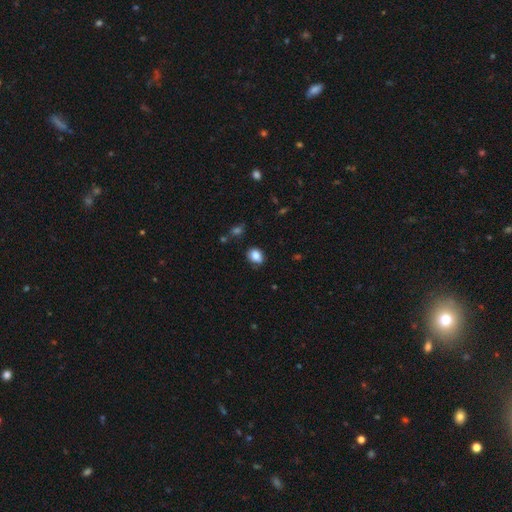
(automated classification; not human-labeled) This appears to be a smooth galaxy with no disk features (85%) that is in between round and cigar-shaped (57%). Merging: none (76%).